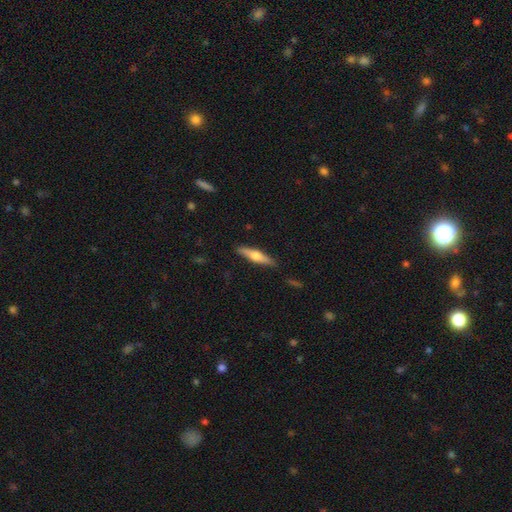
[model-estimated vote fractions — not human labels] This is possibly a featured or disk galaxy (51%). It is clearly viewed edge-on (95%). Merging: clearly none (88%).